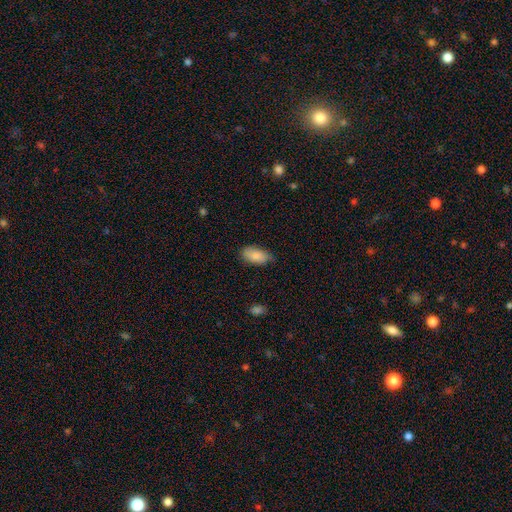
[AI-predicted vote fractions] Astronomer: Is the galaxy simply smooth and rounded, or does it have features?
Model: smooth — 85%.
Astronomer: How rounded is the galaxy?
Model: in between — 93%.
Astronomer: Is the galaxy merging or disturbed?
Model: none — 72%.